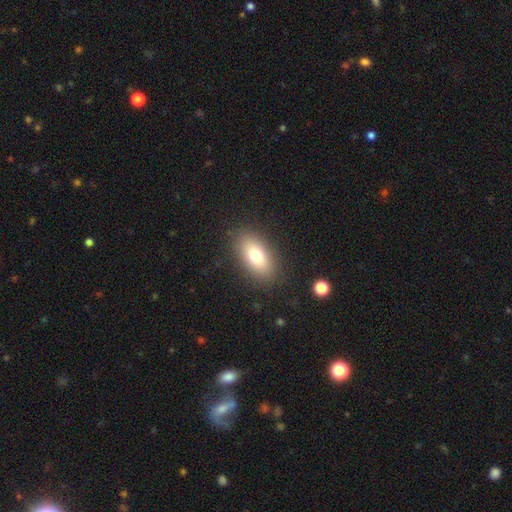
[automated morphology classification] A smooth galaxy with no disk features (77%) that is in between round and cigar-shaped (90%).

Vote fractions:
- Smooth or featured? smooth: 77% / featured or disk: 14% / star or artifact: 9%
- How rounded? in between: 90% / round: 6% / cigar-shaped: 4%
- Merging? none: 86% / minor disturbance: 10% / major disturbance: 4% / merger: 1%